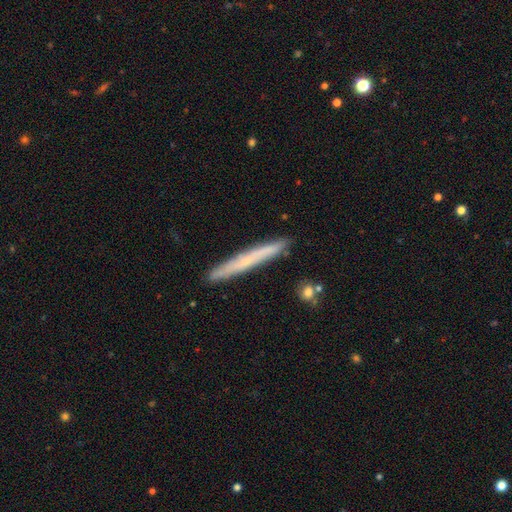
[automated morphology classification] A smooth galaxy with no disk features (50%) that is cigar-shaped (97%).

Vote fractions:
- Smooth or featured? smooth: 50% / featured or disk: 43% / star or artifact: 7%
- How rounded? cigar-shaped: 97% / in between: 2% / round: 1%
- Merging? none: 89% / minor disturbance: 8% / merger: 2% / major disturbance: 1%